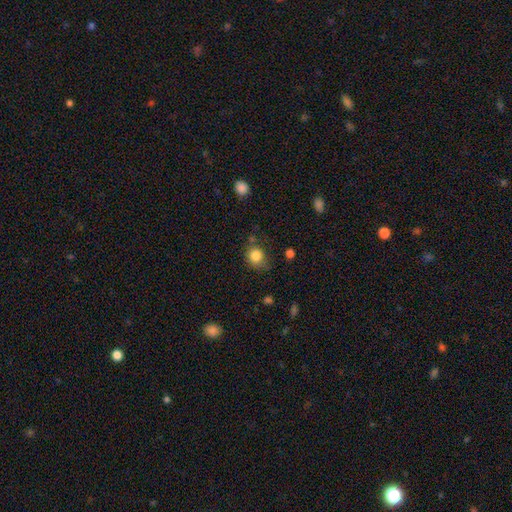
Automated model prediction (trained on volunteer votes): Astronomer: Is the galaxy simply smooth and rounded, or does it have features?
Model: smooth — 84%.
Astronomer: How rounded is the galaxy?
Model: round — 83%.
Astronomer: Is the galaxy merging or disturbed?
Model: none — 68%.